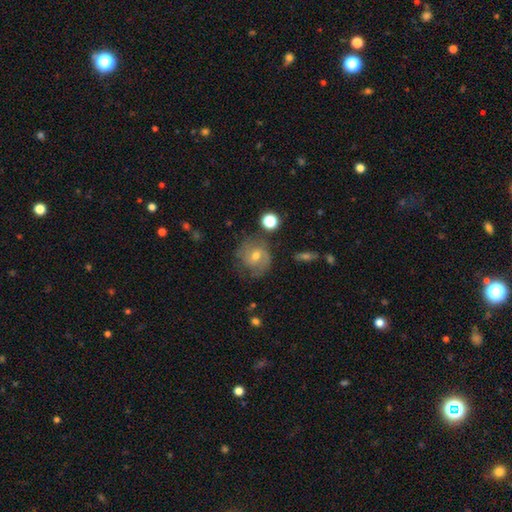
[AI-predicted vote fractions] smooth_or_featured: featured or disk (p=0.54) [alt: smooth p=0.35]
disk_edge_on: no (p=0.96) [alt: yes p=0.04]
bar: no (p=0.49) [alt: weak p=0.41]
has_spiral_arms: yes (p=0.80) [alt: no p=0.20]
bulge_size: moderate (p=0.60) [alt: small p=0.35]
merging: none (p=0.65) [alt: minor disturbance p=0.21]